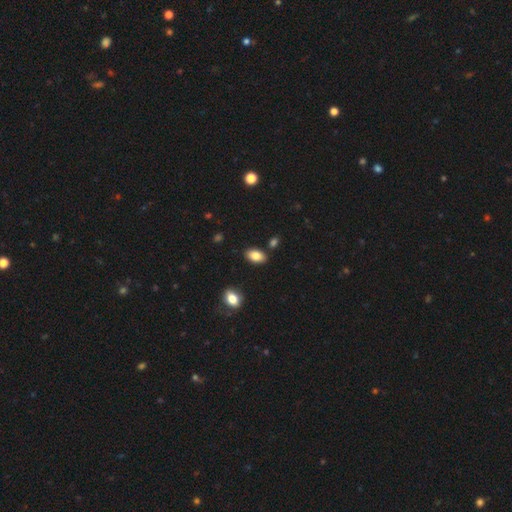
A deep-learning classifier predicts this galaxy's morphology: This appears to be a smooth galaxy with no disk features (84%) that is in between round and cigar-shaped (91%). Merging: none (85%).